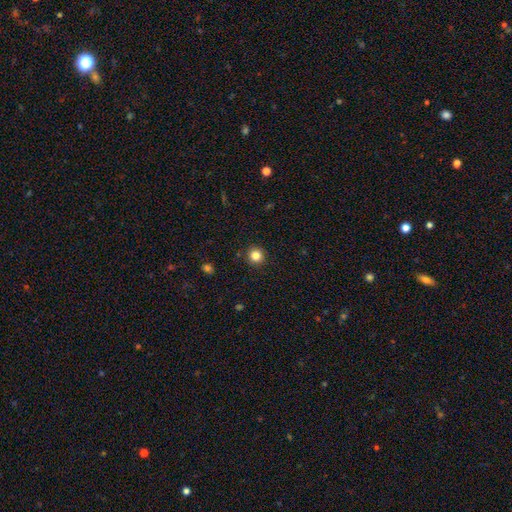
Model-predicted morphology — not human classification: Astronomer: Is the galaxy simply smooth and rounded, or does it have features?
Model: smooth — 83%.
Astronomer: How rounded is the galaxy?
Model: round — 94%.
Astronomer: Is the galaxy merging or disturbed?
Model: none — 92%.